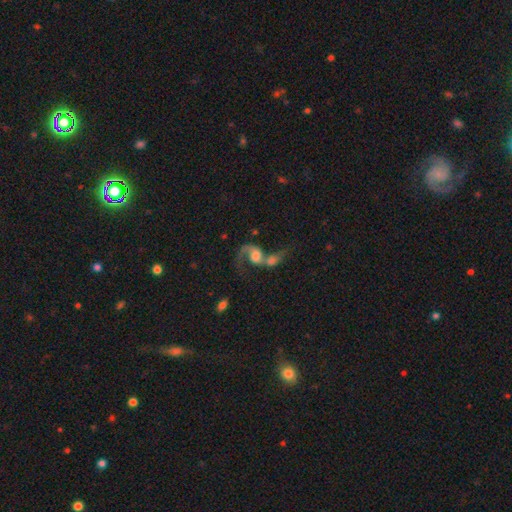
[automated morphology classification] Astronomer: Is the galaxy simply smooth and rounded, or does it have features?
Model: featured or disk — 64%.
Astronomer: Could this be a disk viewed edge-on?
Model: no — 96%.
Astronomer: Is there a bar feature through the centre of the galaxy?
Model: no — 67%.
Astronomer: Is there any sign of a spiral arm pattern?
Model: yes — 83%.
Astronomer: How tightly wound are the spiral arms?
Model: loose — 71%.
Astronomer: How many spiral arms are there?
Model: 1 — 48% (runner-up: 2, 45%).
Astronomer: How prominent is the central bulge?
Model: large — 37%, tied with moderate at 37%.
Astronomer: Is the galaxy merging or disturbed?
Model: merger — 69%.